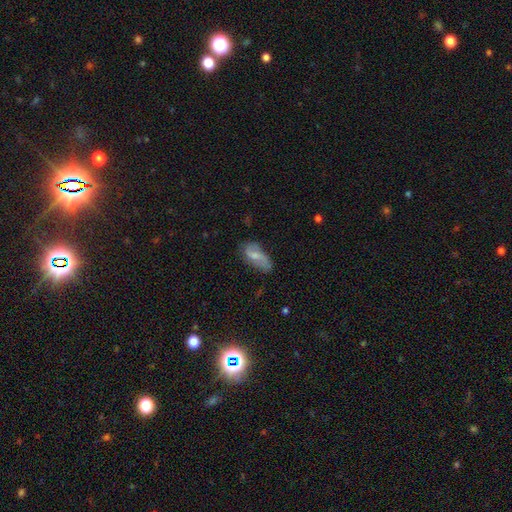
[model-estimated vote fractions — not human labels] This is possibly a smooth galaxy (52%). How rounded: clearly in between (87%). Merging: possibly none (57%).